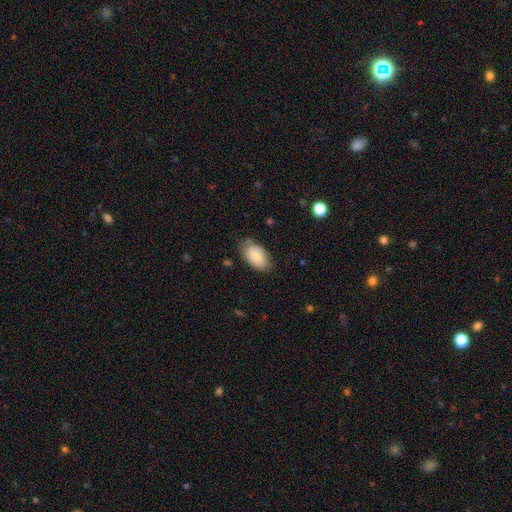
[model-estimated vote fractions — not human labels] A smooth galaxy with no disk features (80%) that is in between round and cigar-shaped (94%). Merging: none (71%).